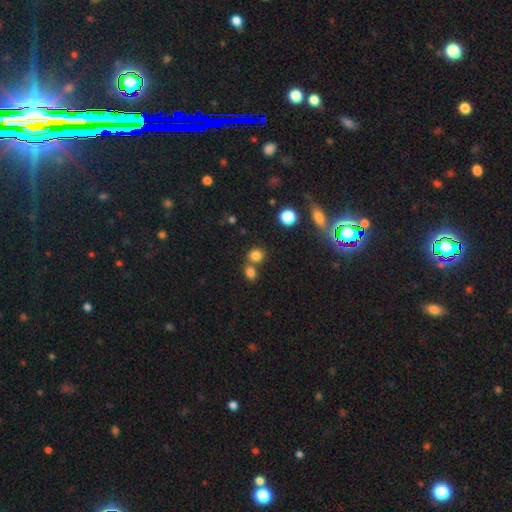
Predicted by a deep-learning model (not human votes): Smooth or featured? Predicted: smooth (p=0.79). How rounded? Predicted: round (p=0.79). Merging? Predicted: none (p=0.59).